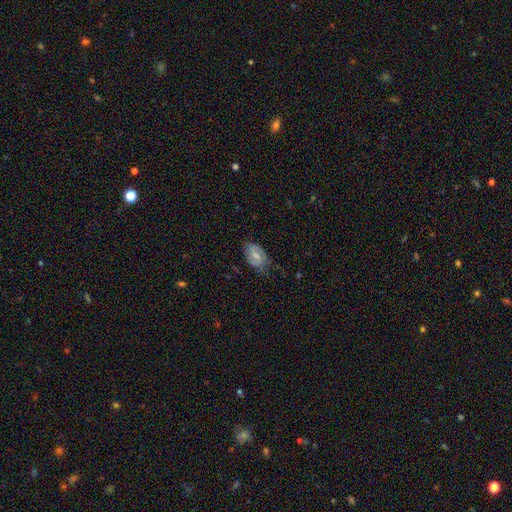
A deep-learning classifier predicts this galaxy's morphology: smooth 48%, featured or disk 44%, star or artifact 8%. Down the decision tree: merging — none (67%).